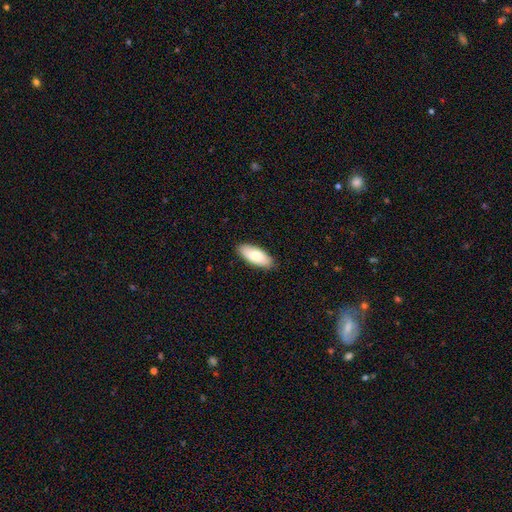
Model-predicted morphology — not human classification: This is likely a smooth galaxy (78%). How rounded: clearly in between (83%). Merging: clearly none (89%).